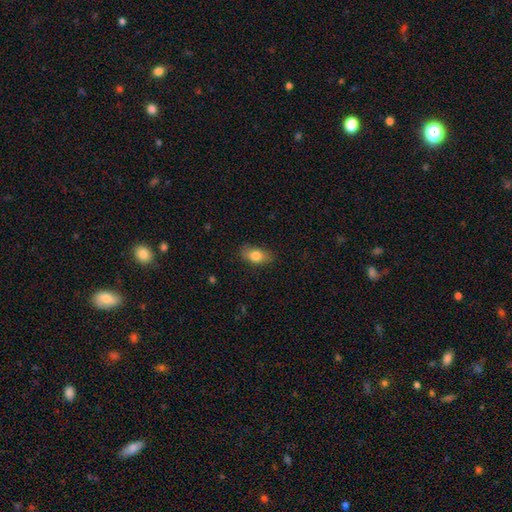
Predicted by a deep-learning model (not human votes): Smooth or featured? smooth (80%)
How rounded? in between (87%)
Merging? none (81%)